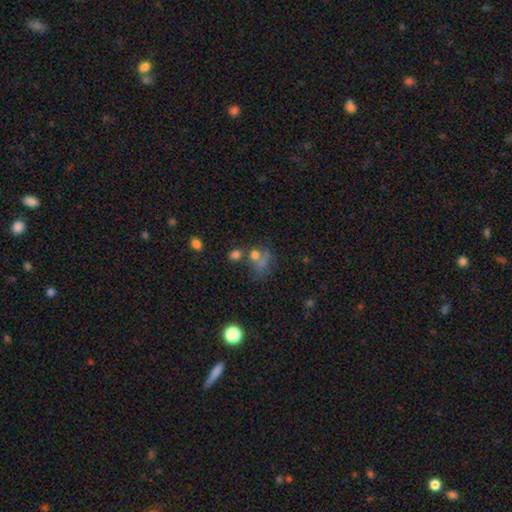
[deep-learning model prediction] Smooth or featured? smooth (58%)
How rounded? round (54%)
Merging? none (39%)